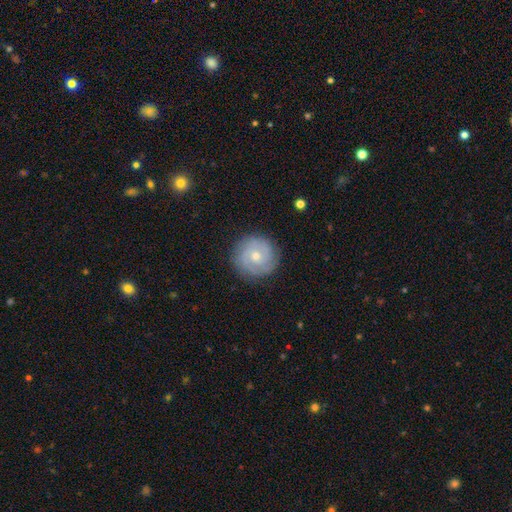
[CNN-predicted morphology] featured or disk 74%, smooth 20%, star or artifact 6%. Down the decision tree: edge-on disk — no (98%); bar — no (75%); spiral arms — yes (92%); spiral arm count — 2 (35%); spiral winding — tight (69%); bulge size — small (59%); merging — none (86%).